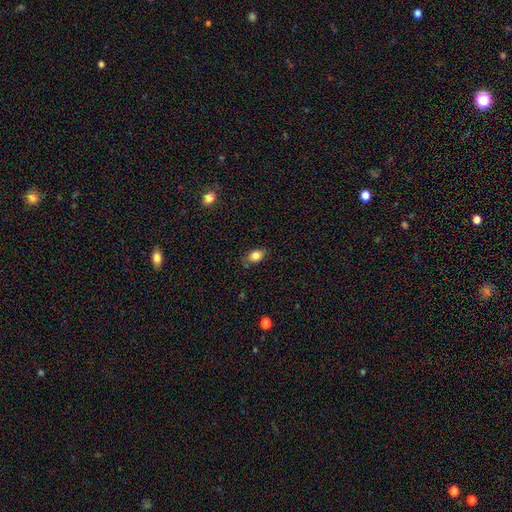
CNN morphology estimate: A smooth galaxy with no disk features (82%) that is in between round and cigar-shaped (74%).

Vote fractions:
- Smooth or featured? smooth: 82% / star or artifact: 10% / featured or disk: 8%
- How rounded? in between: 74% / round: 24% / cigar-shaped: 2%
- Merging? none: 77% / minor disturbance: 17% / major disturbance: 3% / merger: 2%